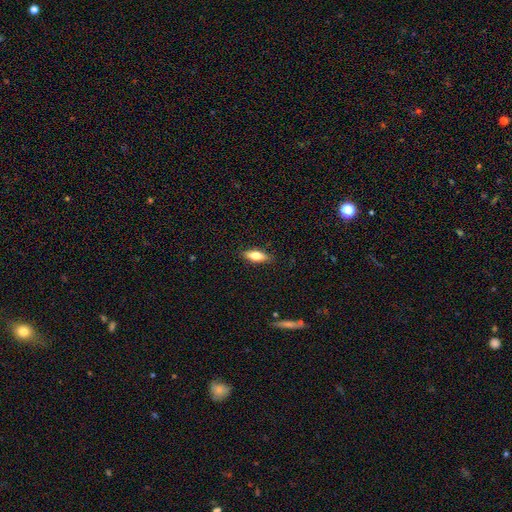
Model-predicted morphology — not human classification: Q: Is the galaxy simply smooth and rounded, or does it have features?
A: smooth — 67%.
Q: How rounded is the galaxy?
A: in between — 69%.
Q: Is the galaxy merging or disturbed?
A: none — 88%.